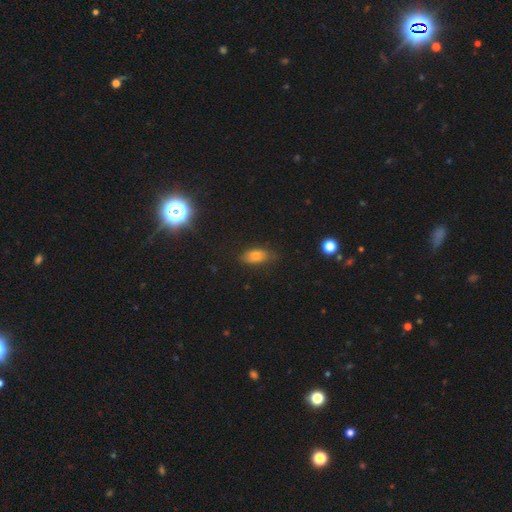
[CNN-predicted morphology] The model was most divided on "merging": none: 75%, minor disturbance: 19%, major disturbance: 5%, merger: 1%. More confident: how rounded — in between (87%); smooth or featured — smooth (79%).